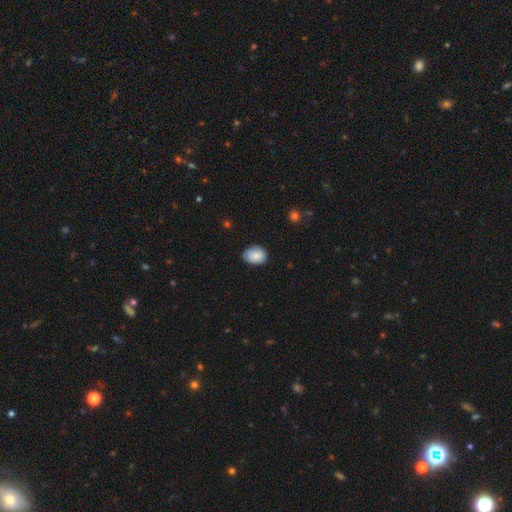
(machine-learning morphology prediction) The model was most divided on "how rounded": in between: 68%, round: 32%, cigar-shaped: 1%. More confident: smooth or featured — smooth (78%); merging — none (66%).